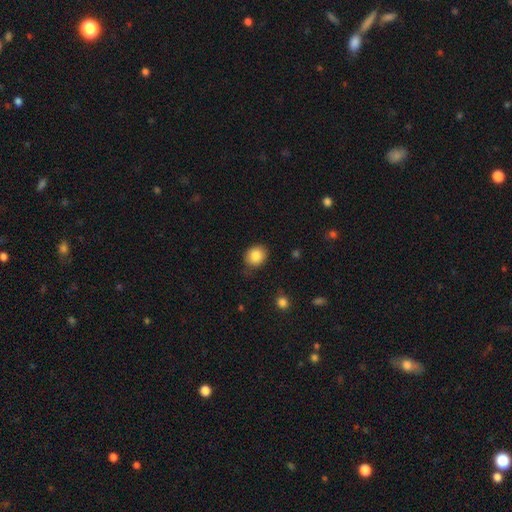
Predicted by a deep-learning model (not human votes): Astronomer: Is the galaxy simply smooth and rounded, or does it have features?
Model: smooth — 85%.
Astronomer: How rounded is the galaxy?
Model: round — 71%.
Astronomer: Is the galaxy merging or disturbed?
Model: none — 79%.